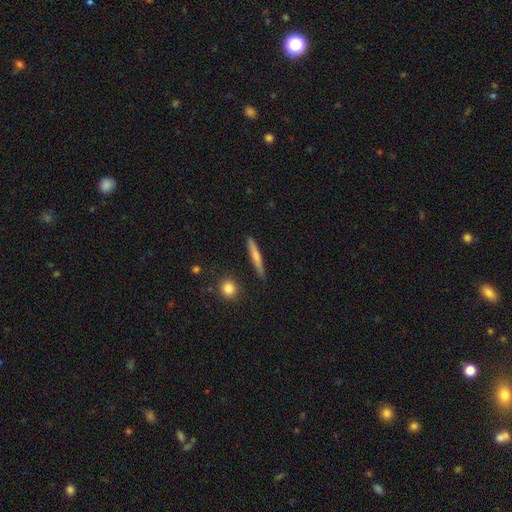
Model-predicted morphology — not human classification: This appears to be a smooth galaxy with no disk features (65%) that is cigar-shaped (93%). Merging: none (86%).